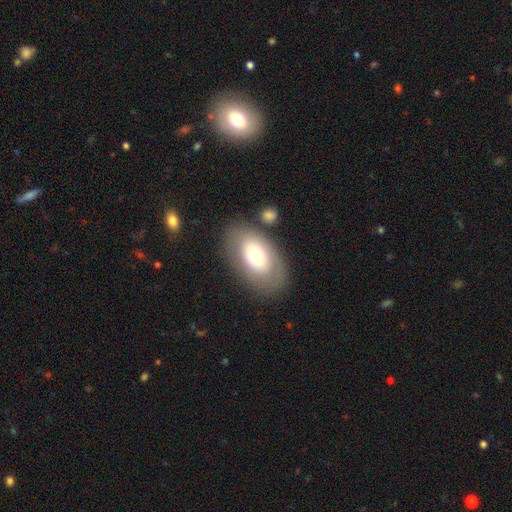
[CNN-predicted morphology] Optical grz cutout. It shows a smooth galaxy with no disk features (61%) that is in between round and cigar-shaped (91%). Merging: none (76%).